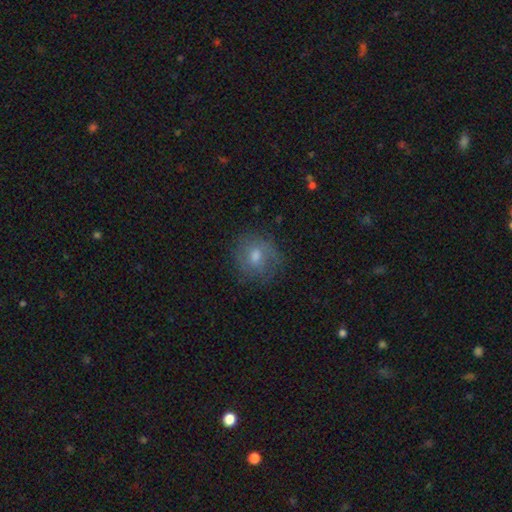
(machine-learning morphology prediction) smooth 55%, featured or disk 32%, star or artifact 13%. Down the decision tree: how rounded — round (81%); merging — none (75%).